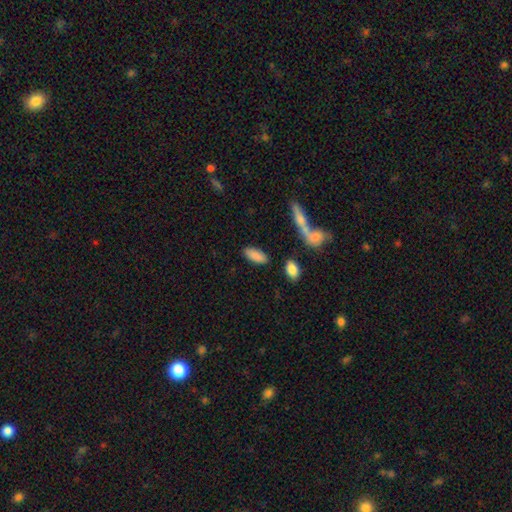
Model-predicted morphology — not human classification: A smooth galaxy with no disk features (86%) that is in between round and cigar-shaped (81%).

Vote fractions:
- Smooth or featured? smooth: 86% / featured or disk: 7% / star or artifact: 7%
- How rounded? in between: 81% / cigar-shaped: 16% / round: 3%
- Merging? none: 81% / minor disturbance: 10% / merger: 6% / major disturbance: 4%